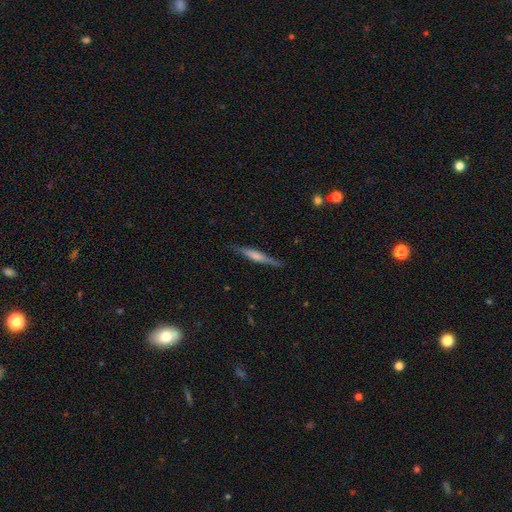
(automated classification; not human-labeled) Q: Smooth or featured?
A: featured or disk (55%); runner-up: smooth (39%)
Q: Edge-on disk?
A: yes (95%); runner-up: no (5%)
Q: Edge-on bulge?
A: rounded (45%); runner-up: none (30%)
Q: Merging?
A: none (84%); runner-up: minor disturbance (12%)